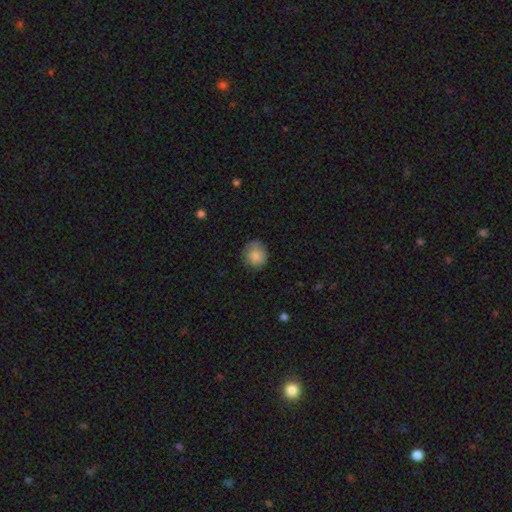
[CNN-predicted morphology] Smooth or featured? Predicted: smooth (p=0.84). How rounded? Predicted: round (p=0.81). Merging? Predicted: none (p=0.74).